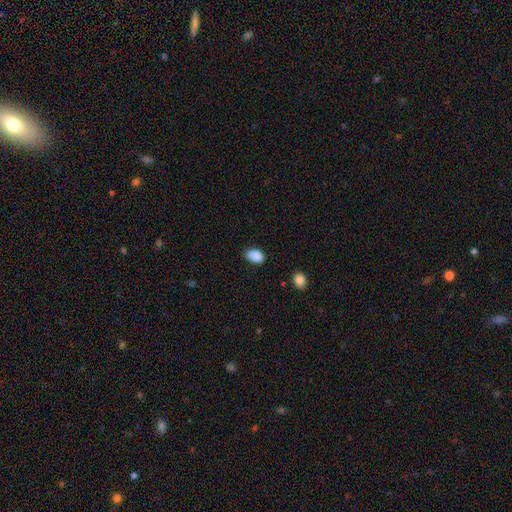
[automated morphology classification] Smooth or featured? smooth (86%)
How rounded? in between (83%)
Merging? none (64%)